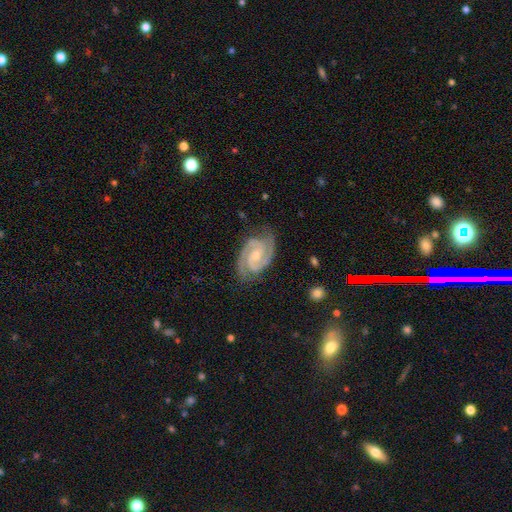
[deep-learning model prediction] This appears to be a featured or disk galaxy (93%) with no bar (46%), 2 (92%) tight (59%) spiral arms (99%) and a small central bulge (57%). Merging: none (80%).